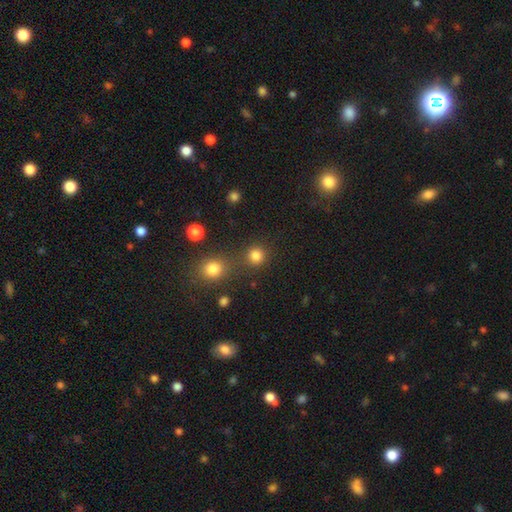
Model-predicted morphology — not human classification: type=smooth (82%); roundness=round (92%); merging=none (78%).